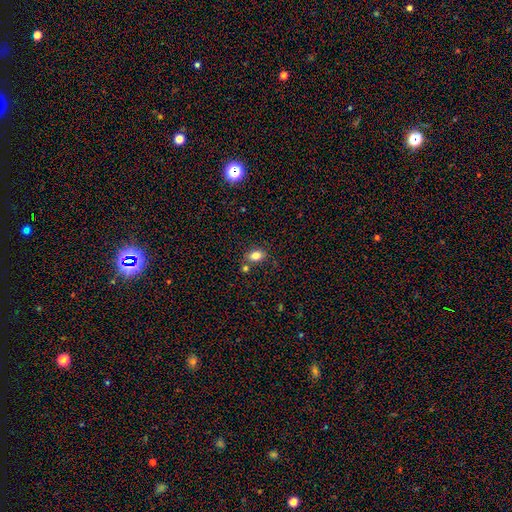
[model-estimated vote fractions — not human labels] Smooth or featured: smooth — 81% (star or artifact — 10%)
How rounded: in between — 81% (round — 17%)
Merging: none — 70% (merger — 14%)